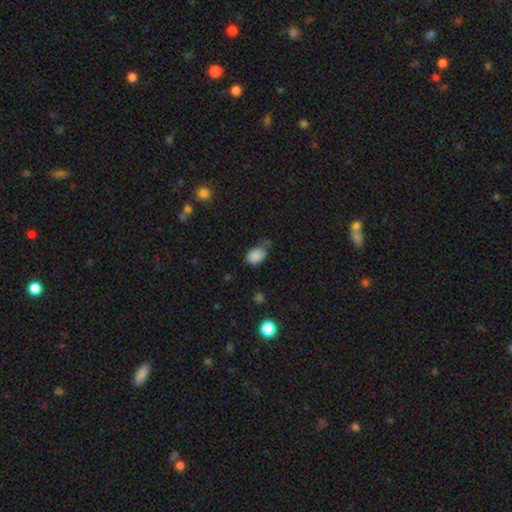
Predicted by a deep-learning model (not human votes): A smooth galaxy with no disk features (86%) that is in between round and cigar-shaped (72%). Merging: none (57%).